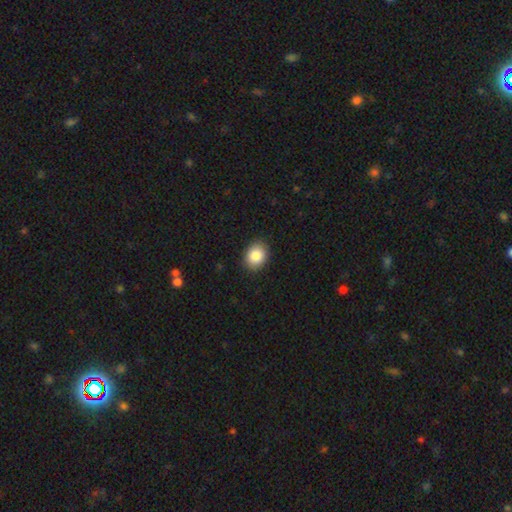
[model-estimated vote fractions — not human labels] Overall: smooth (86%). How rounded: in between (56%; round 43%). Merging: none (89%).